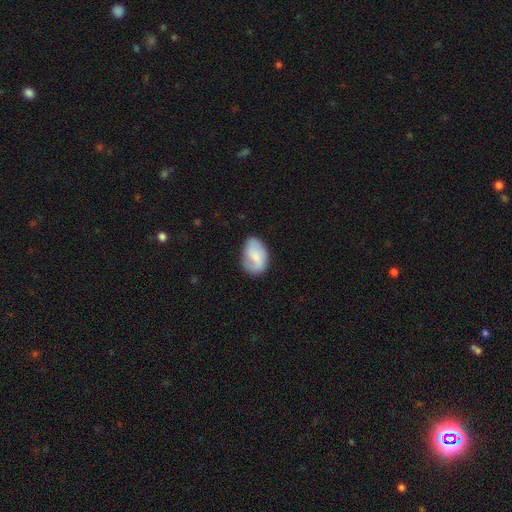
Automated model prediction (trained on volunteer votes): The model was most divided on "smooth or featured": smooth: 63%, featured or disk: 30%, star or artifact: 7%. More confident: how rounded — in between (86%); merging — none (64%).